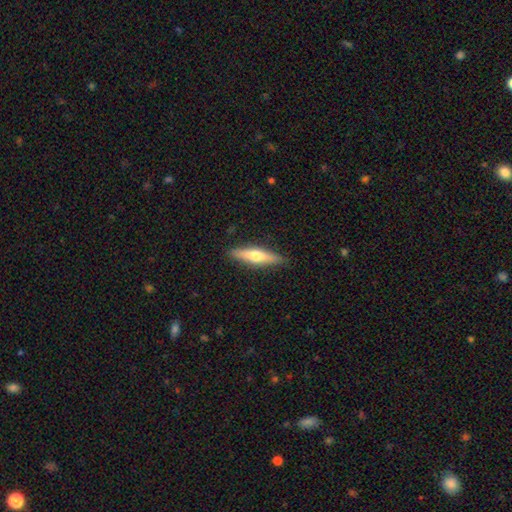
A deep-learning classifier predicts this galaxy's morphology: This appears to be a smooth galaxy with no disk features (49%). Merging: none (88%).